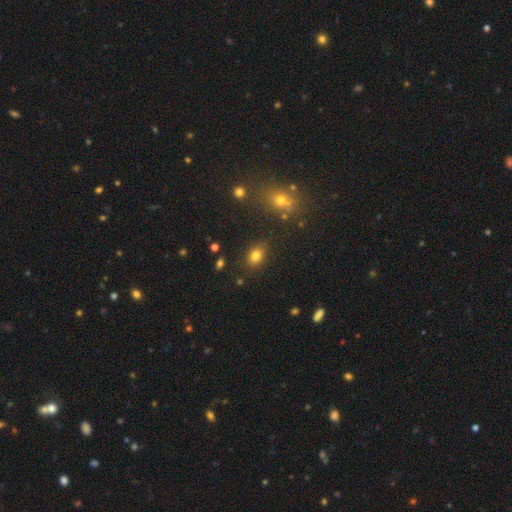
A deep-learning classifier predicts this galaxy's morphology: Smooth or featured: smooth — 80% (star or artifact — 13%)
How rounded: in between — 64% (round — 35%)
Merging: none — 82% (minor disturbance — 12%)